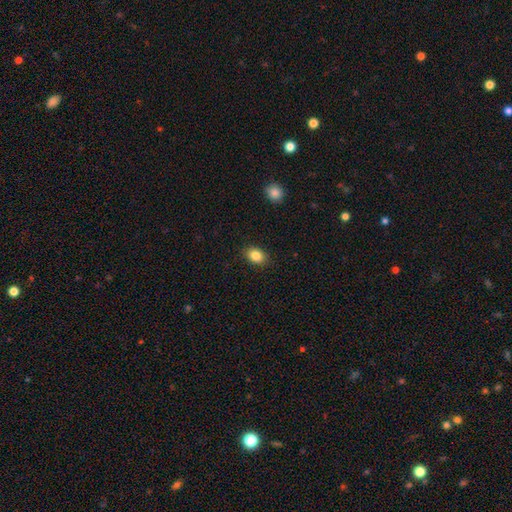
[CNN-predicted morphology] This appears to be a smooth galaxy with no disk features (85%) that is in between round and cigar-shaped (71%). Merging: none (89%).